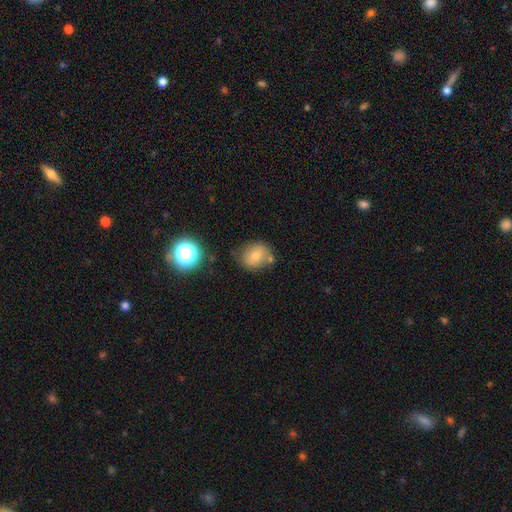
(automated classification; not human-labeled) This is likely a smooth galaxy (72%). How rounded: likely round (67%). Merging: likely none (66%).